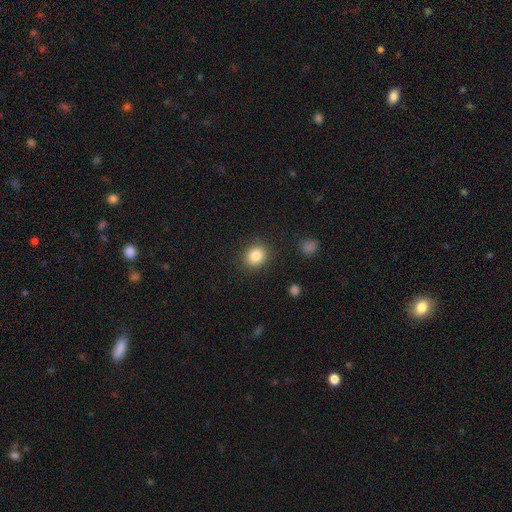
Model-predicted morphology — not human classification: A smooth galaxy with no disk features (85%) that is round (67%). Merging: none (87%).